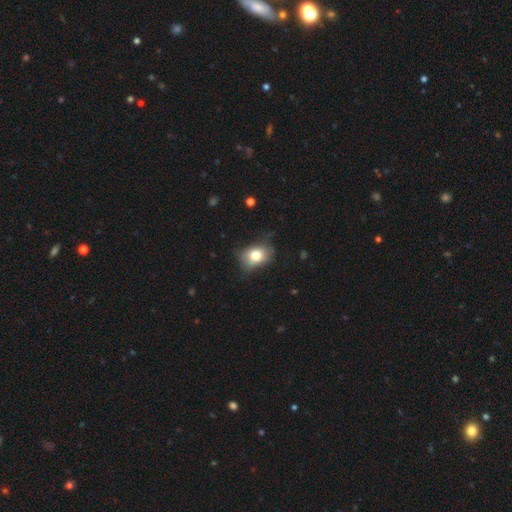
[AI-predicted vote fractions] smooth 75%, featured or disk 15%, star or artifact 10%. Down the decision tree: how rounded — in between (64%); merging — none (66%).